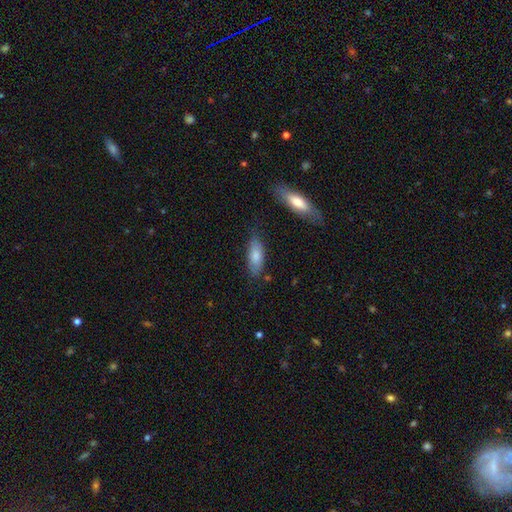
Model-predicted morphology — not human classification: Q: Smooth or featured?
A: smooth (80%); runner-up: featured or disk (14%)
Q: How rounded?
A: in between (73%); runner-up: cigar-shaped (25%)
Q: Merging?
A: none (74%); runner-up: minor disturbance (18%)